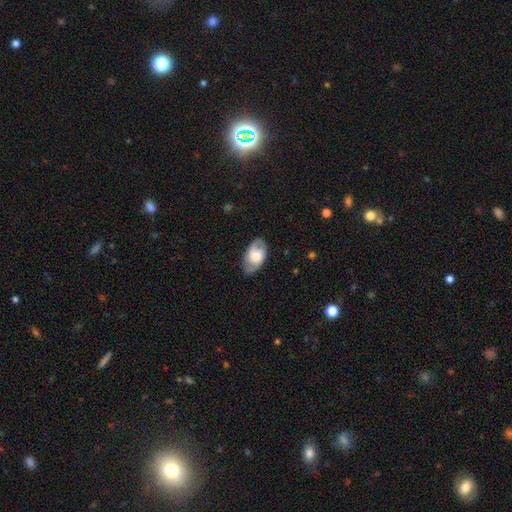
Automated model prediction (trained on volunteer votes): A featured or disk galaxy (57%) with no bar (57%), spiral arms (82%) and a large central bulge (45%).

Vote fractions:
- Smooth or featured? featured or disk: 57% / smooth: 36% / star or artifact: 7%
- Edge-on disk? no: 93% / yes: 7%
- Bar? no: 57% / weak: 34% / strong: 9%
- Spiral arms? yes: 82% / no: 18%
- Bulge size? large: 45% / moderate: 28% / small: 12% / none: 10% / dominant: 6%
- Merging? none: 78% / minor disturbance: 16% / major disturbance: 5% / merger: 1%